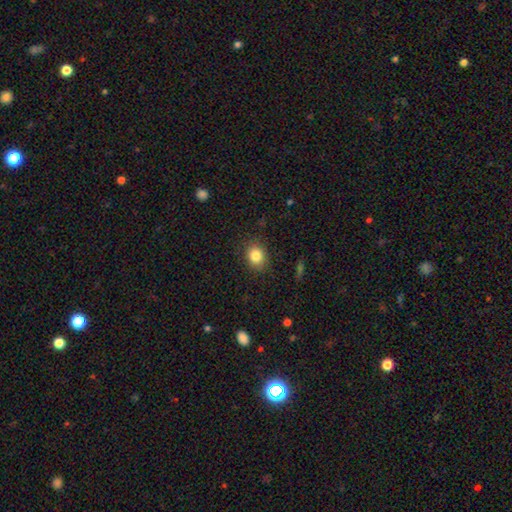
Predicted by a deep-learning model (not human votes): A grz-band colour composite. It shows a smooth galaxy with no disk features (84%) that is round (55%). Merging: none (86%).